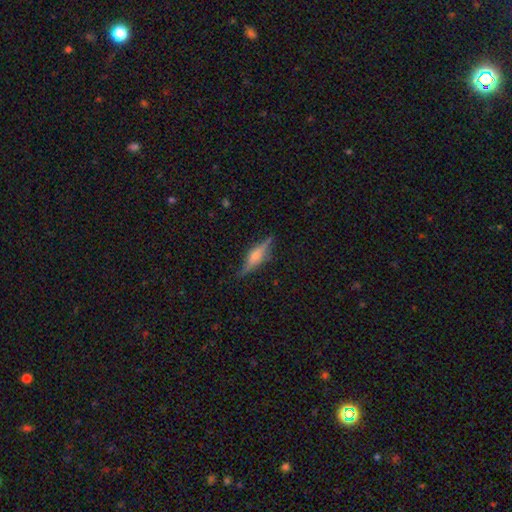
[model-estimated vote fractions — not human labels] This is likely a featured or disk galaxy (61%). It is clearly viewed edge-on (94%). Edge-on bulge: likely rounded (71%). Merging: likely none (80%).